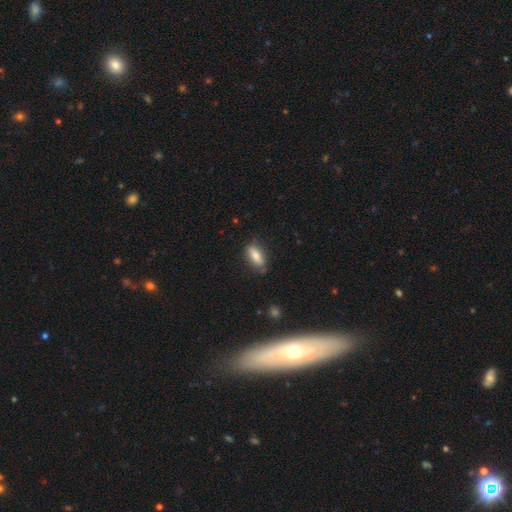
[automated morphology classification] smooth 79%, featured or disk 13%, star or artifact 7%. Down the decision tree: how rounded — in between (79%); merging — none (75%).